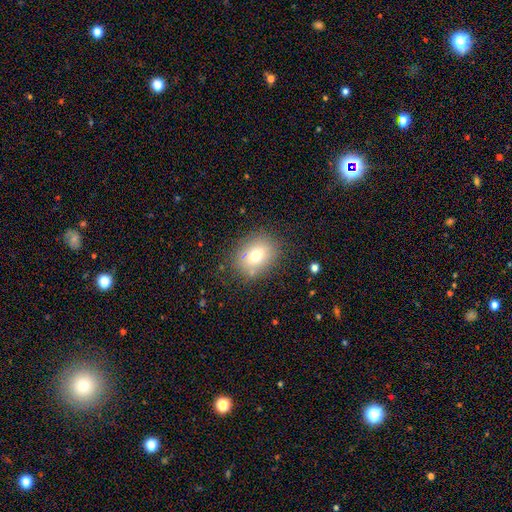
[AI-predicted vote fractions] Q: Smooth or featured?
A: smooth (72%); runner-up: featured or disk (16%)
Q: How rounded?
A: in between (52%); runner-up: round (47%)
Q: Merging?
A: none (79%); runner-up: minor disturbance (14%)